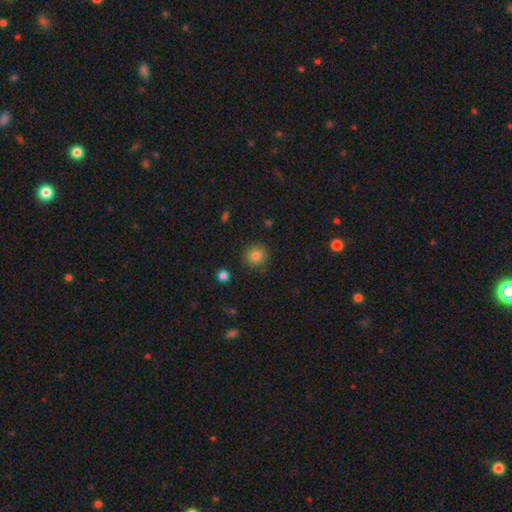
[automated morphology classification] smooth-or-featured: smooth: 82% | star or artifact: 11% | featured or disk: 6%
  how-rounded: round: 91% | in between: 8% | cigar-shaped: 1%
  merging: none: 88% | minor disturbance: 8% | major disturbance: 2% | merger: 2%